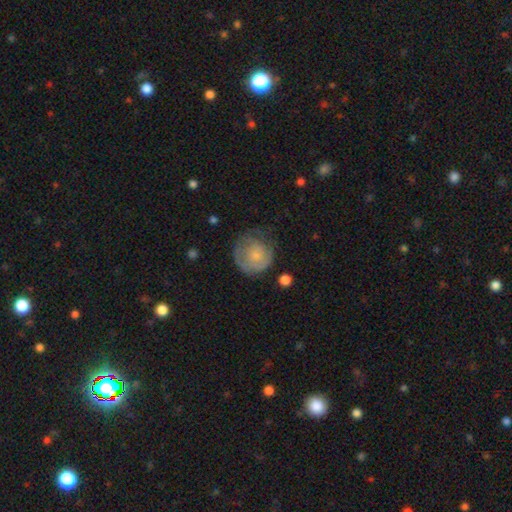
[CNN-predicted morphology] This is possibly a smooth galaxy (54%). How rounded: clearly round (87%). Merging: possibly none (51%).